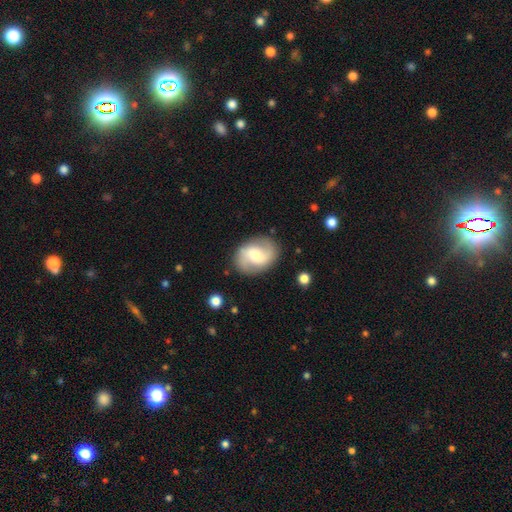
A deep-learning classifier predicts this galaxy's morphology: A featured or disk galaxy (63%) with a weak bar (45%), 2 (89%) loose (45%) spiral arms (85%) and a moderate central bulge (56%). Merging: none (83%).